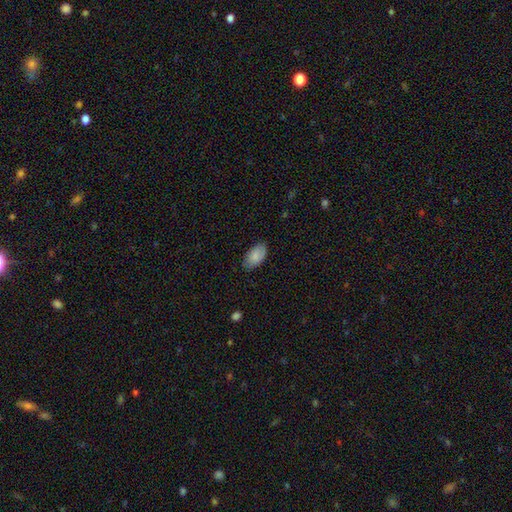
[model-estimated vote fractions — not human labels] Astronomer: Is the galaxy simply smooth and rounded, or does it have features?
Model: smooth — 82%.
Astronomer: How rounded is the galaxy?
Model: in between — 95%.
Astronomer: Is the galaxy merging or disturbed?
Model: none — 78%.